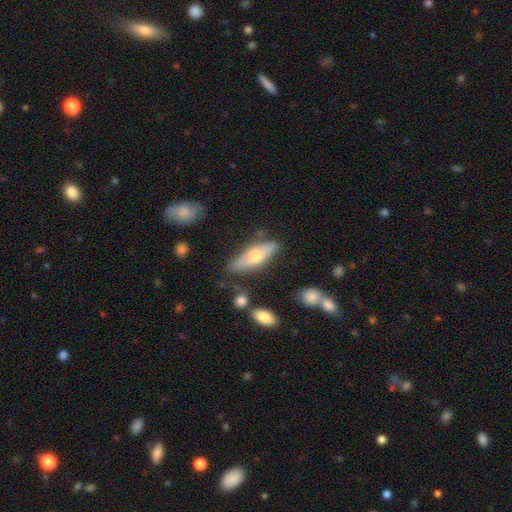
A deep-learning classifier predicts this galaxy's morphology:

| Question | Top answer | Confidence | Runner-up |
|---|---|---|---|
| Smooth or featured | smooth | 54% | featured or disk (39%) |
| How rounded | in between | 50% | cigar-shaped (48%) |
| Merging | none | 72% | minor disturbance (19%) |